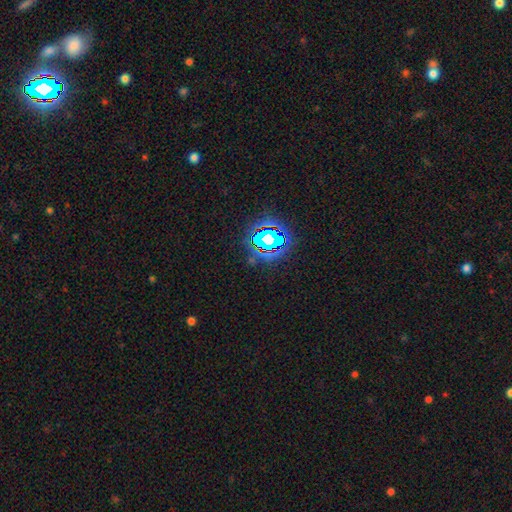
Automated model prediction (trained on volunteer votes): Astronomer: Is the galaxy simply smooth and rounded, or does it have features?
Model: star or artifact — 81%.